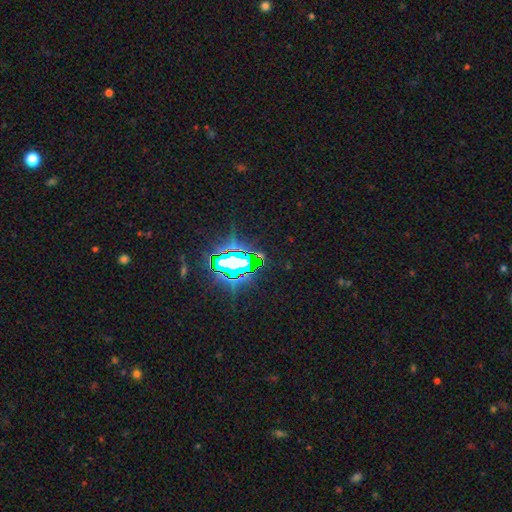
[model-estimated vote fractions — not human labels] smooth_or_featured: star or artifact (p=0.79) [alt: smooth p=0.11]